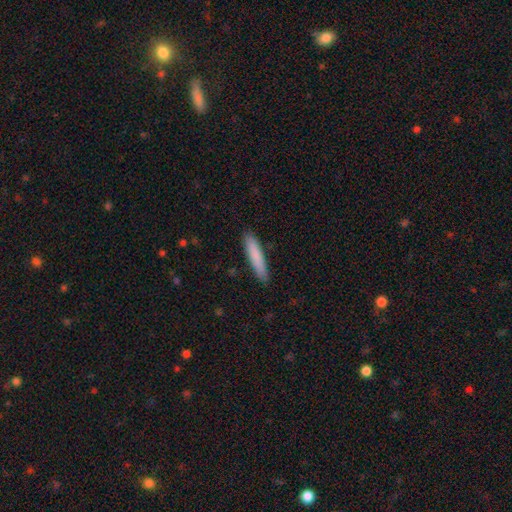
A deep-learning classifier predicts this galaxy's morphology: A smooth galaxy with no disk features (82%) that is cigar-shaped (90%).

Vote fractions:
- Smooth or featured? smooth: 82% / featured or disk: 12% / star or artifact: 6%
- How rounded? cigar-shaped: 90% / in between: 9% / round: 1%
- Merging? none: 88% / minor disturbance: 9% / major disturbance: 2% / merger: 1%